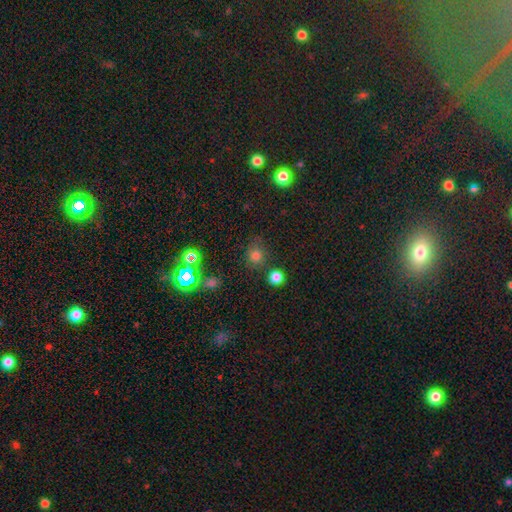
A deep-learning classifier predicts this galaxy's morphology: smooth 71%, star or artifact 22%, featured or disk 6%. Down the decision tree: how rounded — round (84%); merging — none (76%).